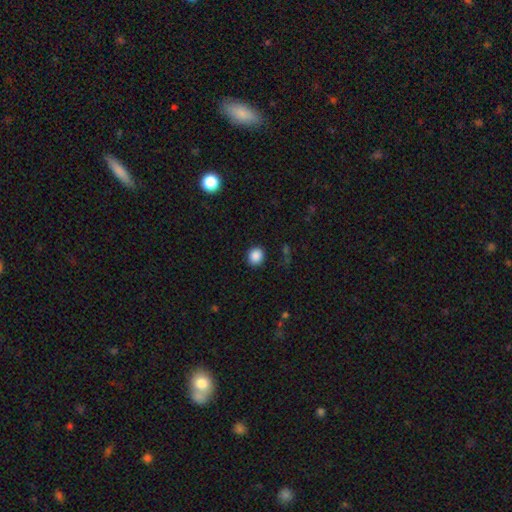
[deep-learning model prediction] This is clearly a smooth galaxy (88%). How rounded: likely round (79%). Merging: clearly none (90%).